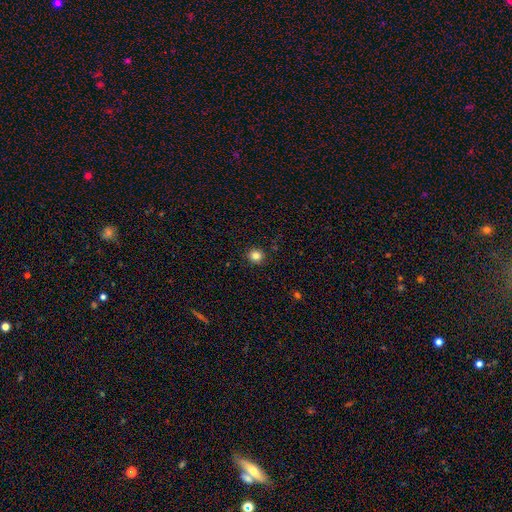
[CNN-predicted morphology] Smooth or featured? Predicted: smooth (p=0.83). How rounded? Predicted: round (p=0.94). Merging? Predicted: none (p=0.92).